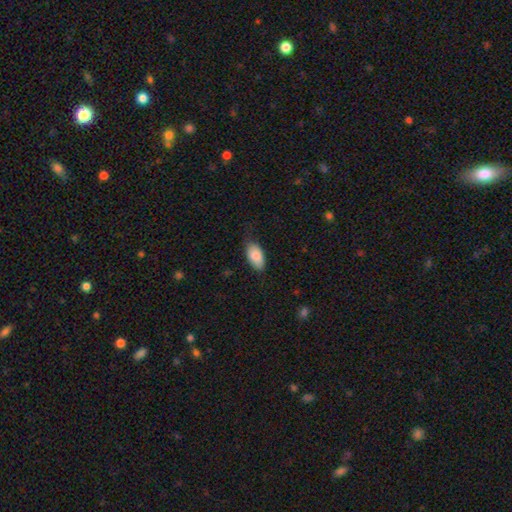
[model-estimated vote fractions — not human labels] smooth_or_featured: smooth (p=0.86) [alt: featured or disk p=0.07]
how_rounded: in between (p=0.93) [alt: cigar-shaped p=0.04]
merging: none (p=0.67) [alt: minor disturbance p=0.27]